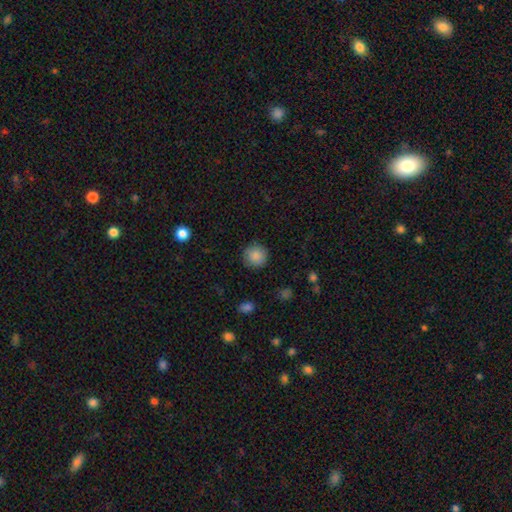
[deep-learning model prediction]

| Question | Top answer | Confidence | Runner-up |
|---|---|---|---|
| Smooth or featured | smooth | 87% | star or artifact (8%) |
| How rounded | round | 94% | in between (5%) |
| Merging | none | 89% | minor disturbance (8%) |